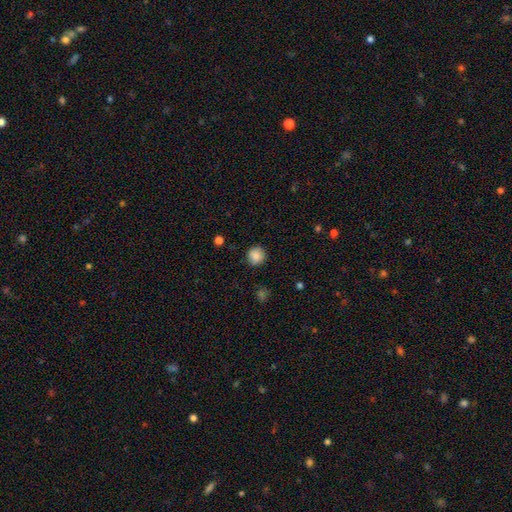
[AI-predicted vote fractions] smooth_or_featured: smooth (p=0.87) [alt: star or artifact p=0.09]
how_rounded: round (p=0.92) [alt: in between p=0.07]
merging: none (p=0.88) [alt: minor disturbance p=0.08]